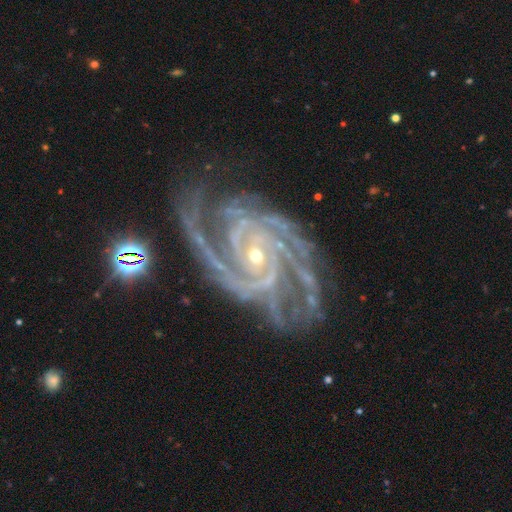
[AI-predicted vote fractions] A featured or disk galaxy (93%) with no bar (55%), 3 (26%) tight (62%) spiral arms (99%) and a small central bulge (77%). Merging: none (68%).